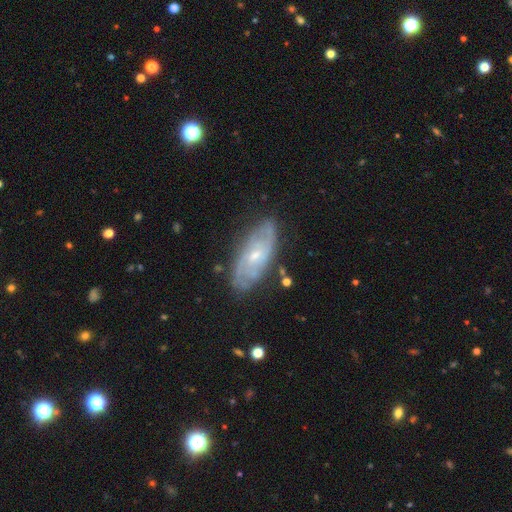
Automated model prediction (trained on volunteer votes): Smooth or featured? featured or disk (79%)
Edge-on disk? no (91%)
Bar? no (63%)
Spiral arms? yes (92%)
Spiral winding? tight (56%)
Spiral arm count? 2 (38%)
Bulge size? small (65%)
Merging? none (78%)